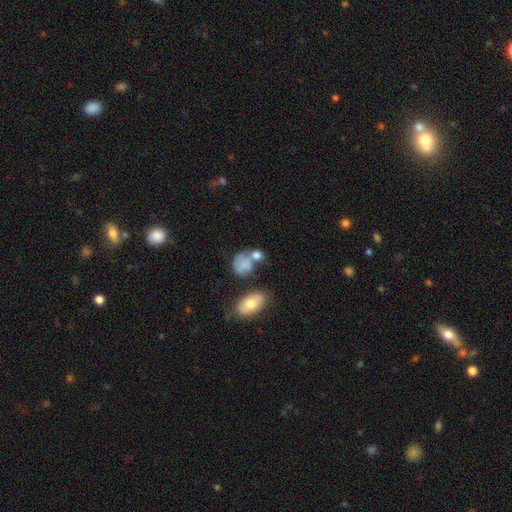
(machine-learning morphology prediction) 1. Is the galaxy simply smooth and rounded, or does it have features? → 76% smooth, 14% featured or disk, 10% star or artifact.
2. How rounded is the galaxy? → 50% round, 49% in between, 2% cigar-shaped.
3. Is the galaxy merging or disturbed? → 38% merger, 36% none, 16% minor disturbance, 10% major disturbance.